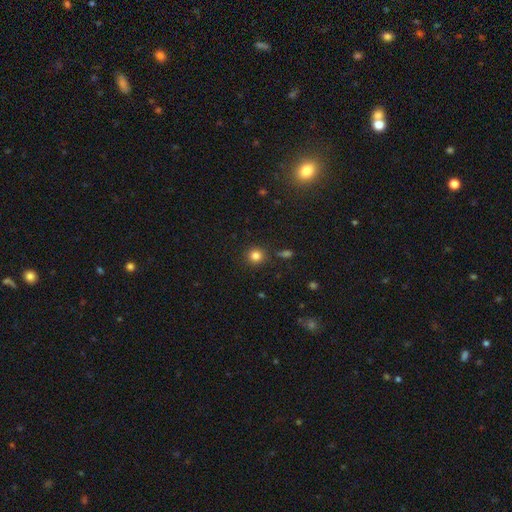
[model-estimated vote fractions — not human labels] Morphology: type=smooth (82%); roundness=round (92%); merging=none (88%).